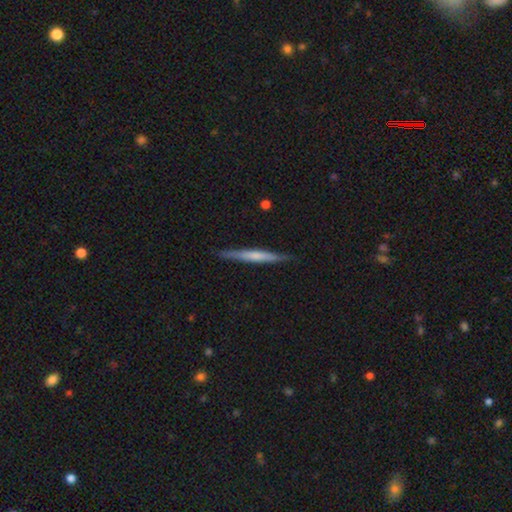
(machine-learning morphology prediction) Overall: featured or disk (48%; smooth 46%). Merging: none (88%).